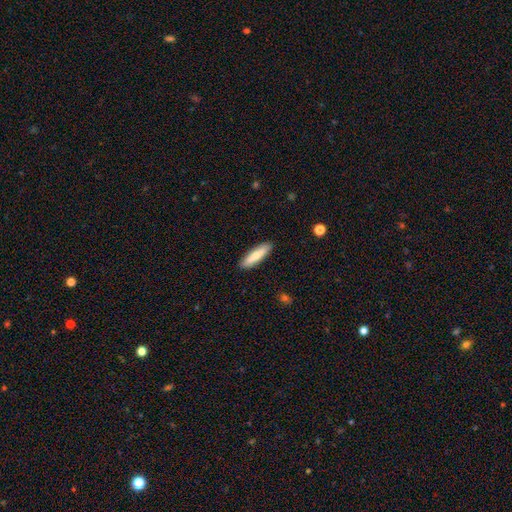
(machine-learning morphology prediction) Smooth or featured?
  - smooth: 77% *
  - featured or disk: 17%
  - star or artifact: 5%
How rounded?
  - cigar-shaped: 70% *
  - in between: 29%
  - round: 2%
Merging?
  - none: 90% *
  - minor disturbance: 7%
  - major disturbance: 2%
  - merger: 1%